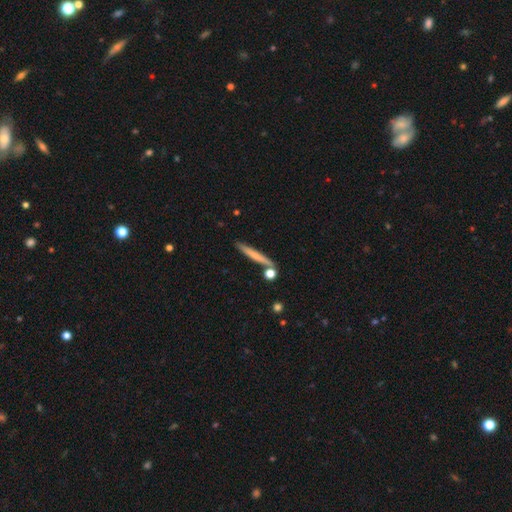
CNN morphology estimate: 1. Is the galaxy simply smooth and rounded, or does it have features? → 60% smooth, 33% featured or disk, 7% star or artifact.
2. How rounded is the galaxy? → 94% cigar-shaped, 4% in between, 2% round.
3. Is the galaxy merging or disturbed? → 80% none, 10% minor disturbance, 8% merger, 2% major disturbance.